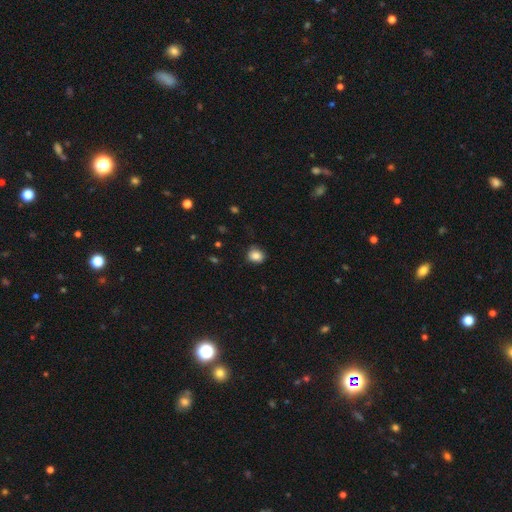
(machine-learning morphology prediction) type=smooth (84%); roundness=round (72%); merging=none (81%).